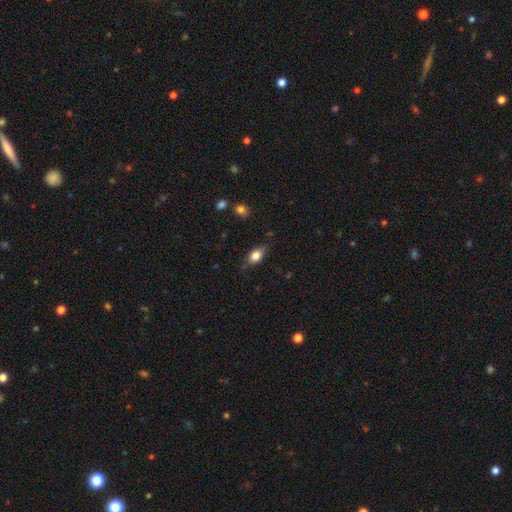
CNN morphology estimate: The model was most divided on "merging": none: 75%, minor disturbance: 19%, major disturbance: 4%, merger: 2%. More confident: how rounded — in between (85%); smooth or featured — smooth (81%).